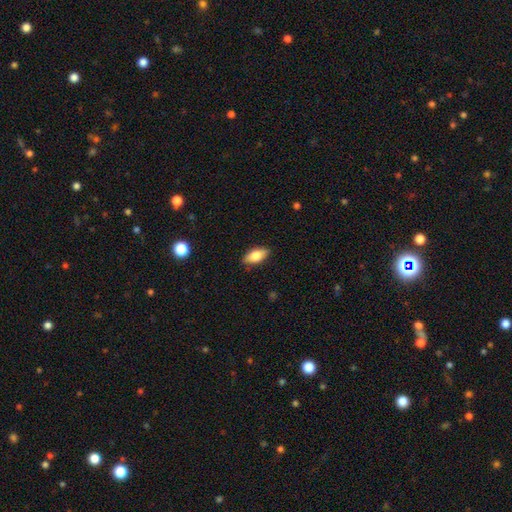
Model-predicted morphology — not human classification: A smooth galaxy with no disk features (76%) that is in between round and cigar-shaped (87%).

Vote fractions:
- Smooth or featured? smooth: 76% / featured or disk: 17% / star or artifact: 7%
- How rounded? in between: 87% / cigar-shaped: 9% / round: 4%
- Merging? none: 85% / minor disturbance: 12% / major disturbance: 2% / merger: 1%